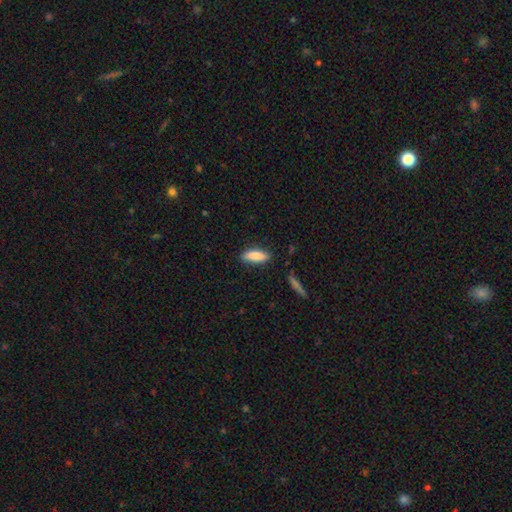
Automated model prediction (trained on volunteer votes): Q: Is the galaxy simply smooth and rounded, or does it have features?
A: smooth — 85%.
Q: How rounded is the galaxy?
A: in between — 60%.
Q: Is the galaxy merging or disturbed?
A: none — 85%.